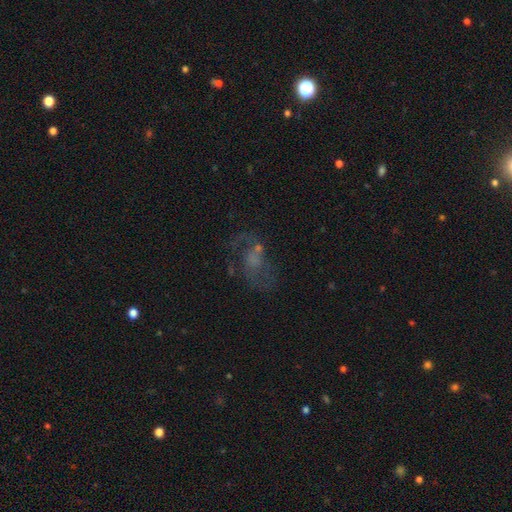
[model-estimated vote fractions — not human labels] This is possibly a featured or disk galaxy (58%). It is clearly not viewed edge-on (96%). Bar: likely no (69%). Spiral arm pattern: likely yes (68%). Central bulge: marginally none (41%). Merging: possibly none (49%).